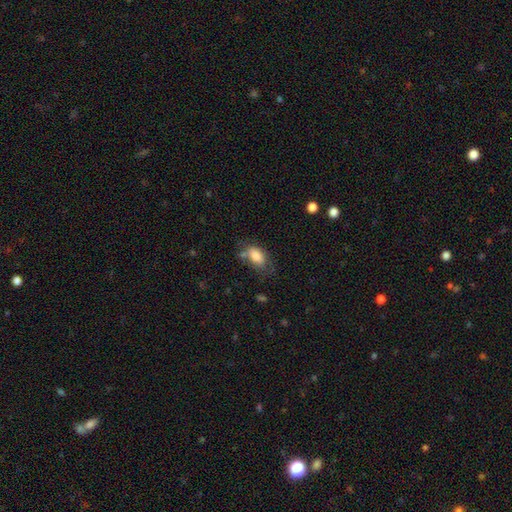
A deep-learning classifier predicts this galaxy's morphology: The model was most divided on "merging": none: 49%, minor disturbance: 27%, major disturbance: 12%, merger: 12%. More confident: how rounded — in between (90%); smooth or featured — smooth (83%).